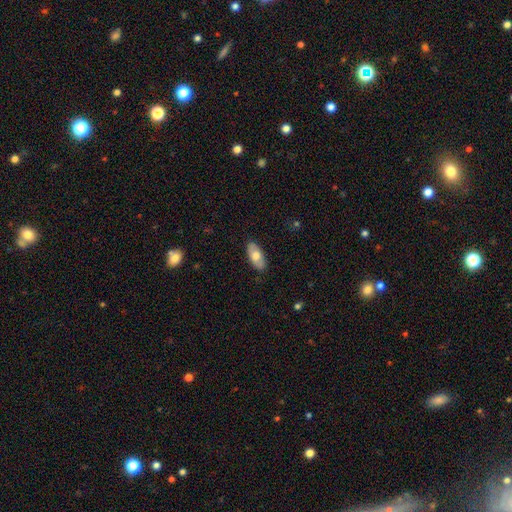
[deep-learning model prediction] smooth 67%, featured or disk 28%, star or artifact 6%. Down the decision tree: how rounded — in between (91%); merging — none (86%).